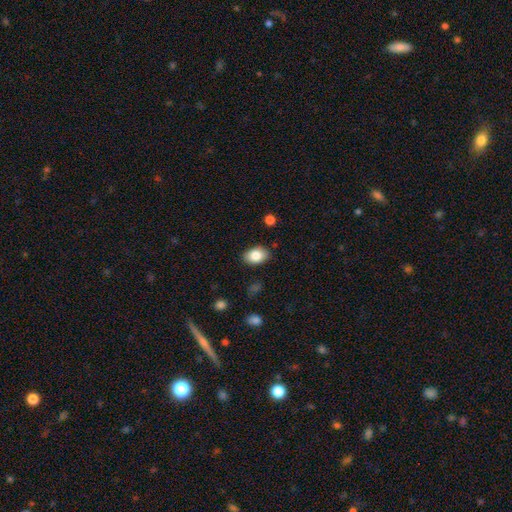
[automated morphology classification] smooth 83%, featured or disk 9%, star or artifact 8%. Down the decision tree: how rounded — in between (85%); merging — none (86%).